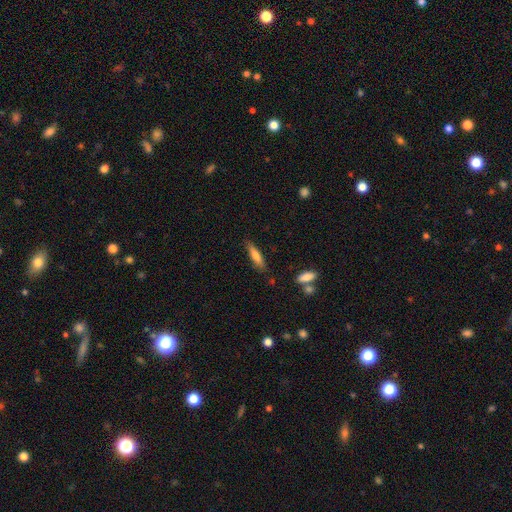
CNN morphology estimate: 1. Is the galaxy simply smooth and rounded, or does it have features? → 73% smooth, 21% featured or disk, 6% star or artifact.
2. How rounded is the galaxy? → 74% cigar-shaped, 24% in between, 2% round.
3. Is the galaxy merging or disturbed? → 80% none, 14% minor disturbance, 3% major disturbance, 3% merger.